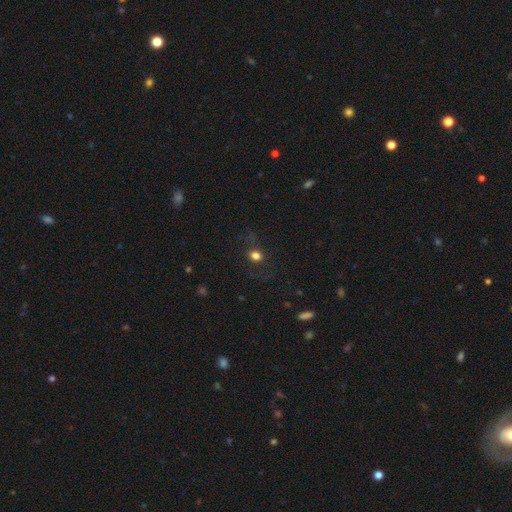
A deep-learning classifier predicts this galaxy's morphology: This appears to be a smooth galaxy with no disk features (72%) that is round (61%). Merging: none (73%).